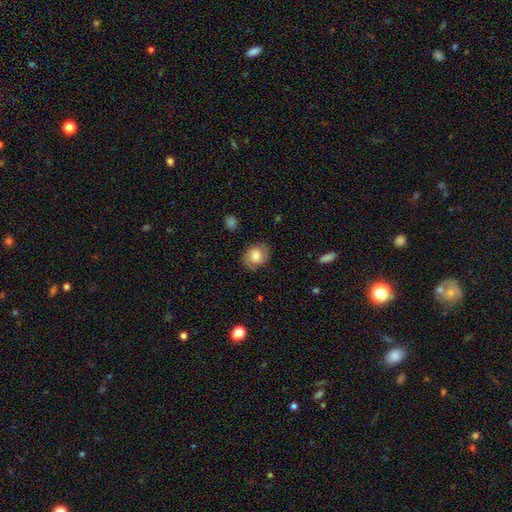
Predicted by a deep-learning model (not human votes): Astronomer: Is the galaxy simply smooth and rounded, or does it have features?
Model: smooth — 64%.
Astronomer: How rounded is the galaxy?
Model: round — 55% (runner-up: in between, 44%).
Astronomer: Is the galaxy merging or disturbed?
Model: none — 79%.